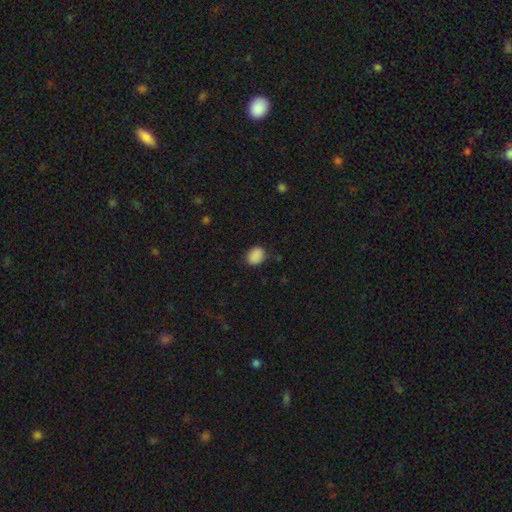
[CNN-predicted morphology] smooth-or-featured: smooth: 88% | star or artifact: 9% | featured or disk: 3%
  how-rounded: in between: 52% | round: 47% | cigar-shaped: 1%
  merging: none: 82% | minor disturbance: 13% | major disturbance: 3% | merger: 1%